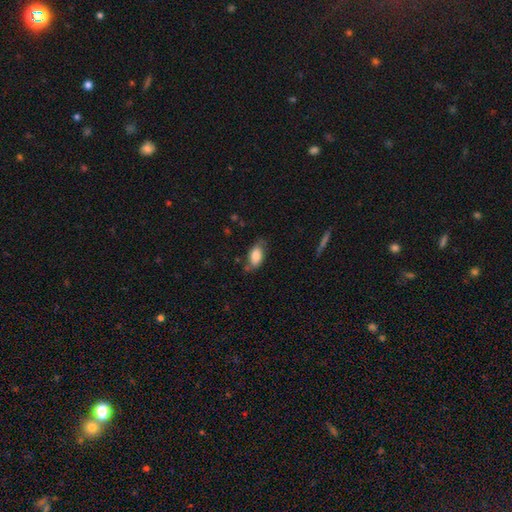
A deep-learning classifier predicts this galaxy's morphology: smooth-or-featured: smooth: 80% | featured or disk: 13% | star or artifact: 7%
  how-rounded: in between: 91% | cigar-shaped: 5% | round: 4%
  merging: none: 64% | minor disturbance: 26% | major disturbance: 7% | merger: 3%